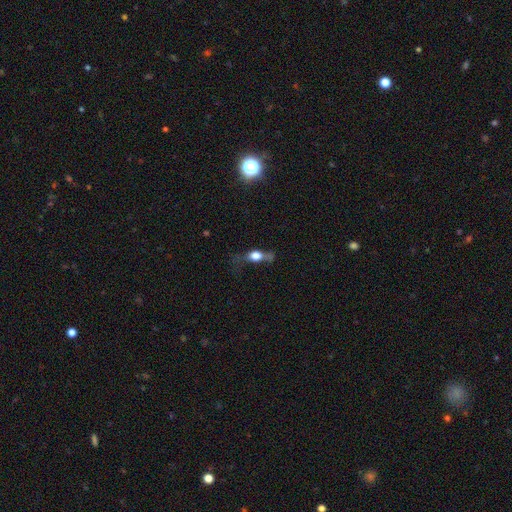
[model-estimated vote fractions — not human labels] smooth 58%, featured or disk 29%, star or artifact 13%. Down the decision tree: how rounded — in between (55%); merging — major disturbance (40%).